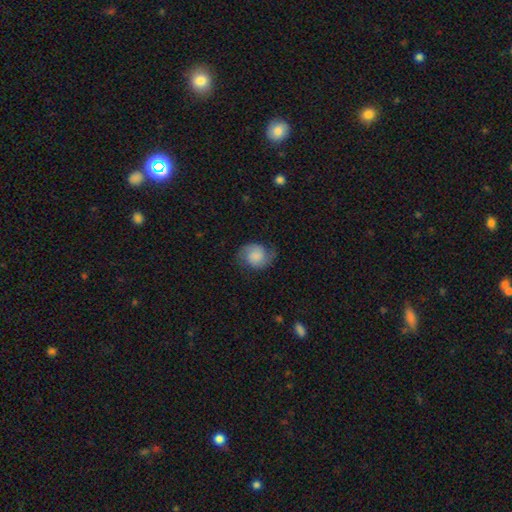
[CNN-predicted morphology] The model was most divided on "smooth or featured": featured or disk: 54%, smooth: 37%, star or artifact: 9%. Remaining: edge-on disk — no (98%); spiral arms — yes (93%); merging — none (71%); bar — no (67%); bulge size — none (37%).